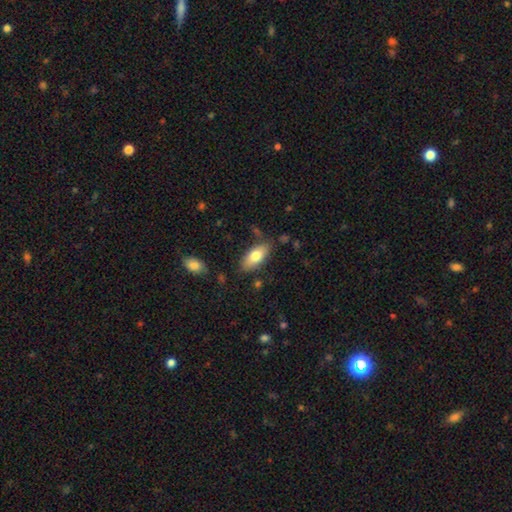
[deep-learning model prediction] Smooth or featured: smooth — 76% (featured or disk — 18%)
How rounded: in between — 87% (cigar-shaped — 10%)
Merging: none — 80% (minor disturbance — 14%)